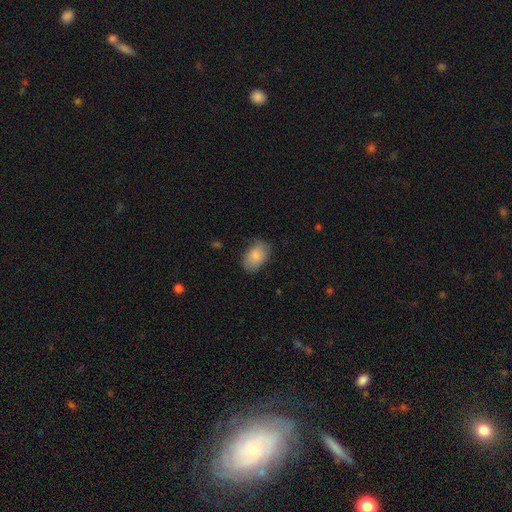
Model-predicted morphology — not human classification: smooth 86%, featured or disk 8%, star or artifact 7%. Down the decision tree: how rounded — in between (89%); merging — none (80%).